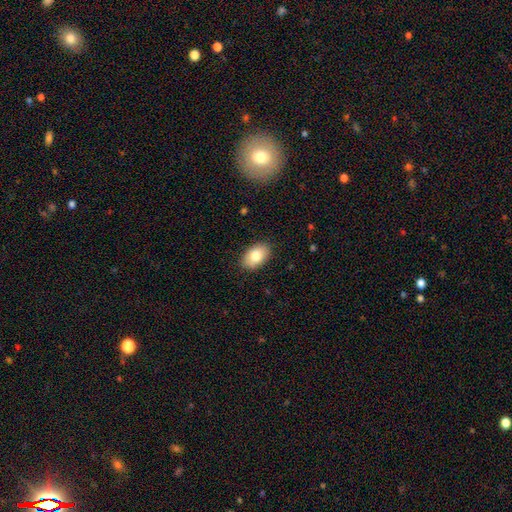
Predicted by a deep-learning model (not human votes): A smooth galaxy with no disk features (80%) that is in between round and cigar-shaped (90%).

Vote fractions:
- Smooth or featured? smooth: 80% / featured or disk: 12% / star or artifact: 7%
- How rounded? in between: 90% / round: 9% / cigar-shaped: 1%
- Merging? none: 87% / minor disturbance: 10% / major disturbance: 2% / merger: 1%